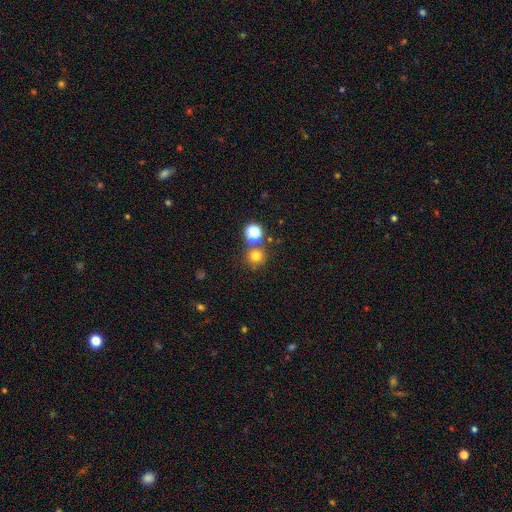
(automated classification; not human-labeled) Smooth or featured?
  - smooth: 73% *
  - star or artifact: 20%
  - featured or disk: 7%
How rounded?
  - round: 92% *
  - in between: 7%
  - cigar-shaped: 1%
Merging?
  - none: 72% *
  - merger: 16%
  - minor disturbance: 8%
  - major disturbance: 4%